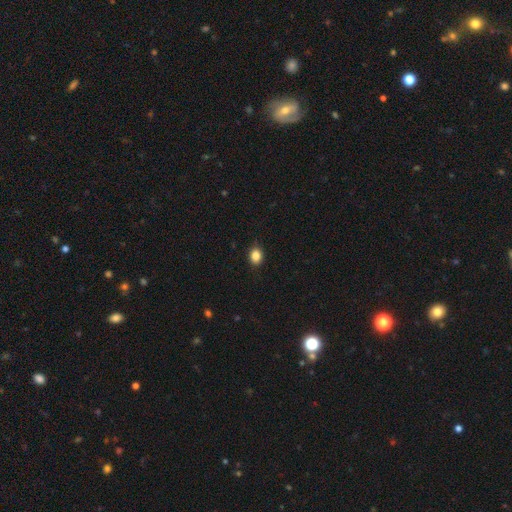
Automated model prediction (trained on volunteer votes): The model was most divided on "how rounded": in between: 53%, round: 46%, cigar-shaped: 1%. More confident: merging — none (87%); smooth or featured — smooth (85%).